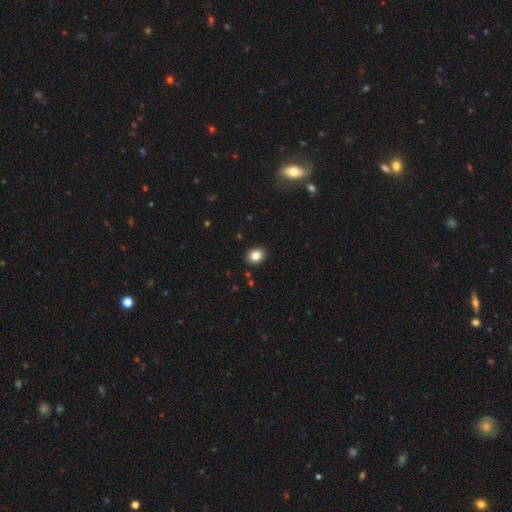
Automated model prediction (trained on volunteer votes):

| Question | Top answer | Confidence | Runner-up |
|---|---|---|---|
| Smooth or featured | smooth | 84% | star or artifact (10%) |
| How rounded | round | 53% | in between (46%) |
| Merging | none | 90% | minor disturbance (7%) |